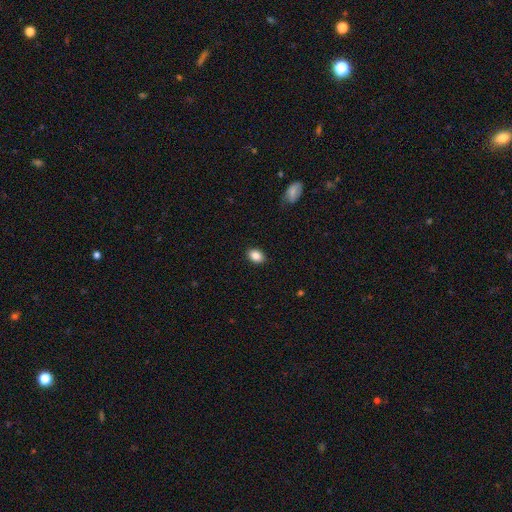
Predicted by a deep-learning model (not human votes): smooth-or-featured: smooth: 87% | star or artifact: 8% | featured or disk: 5%
  how-rounded: in between: 78% | round: 21% | cigar-shaped: 1%
  merging: none: 88% | minor disturbance: 9% | major disturbance: 2% | merger: 1%